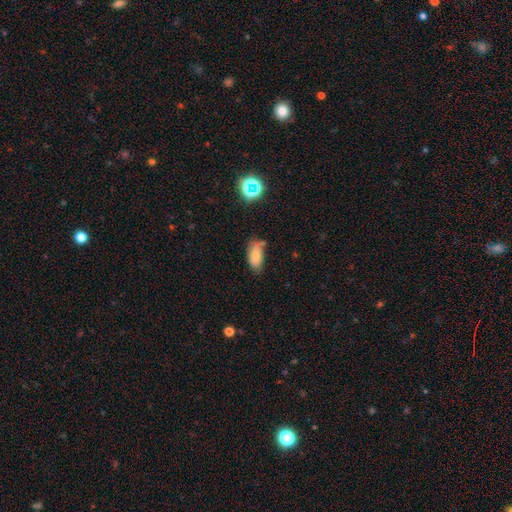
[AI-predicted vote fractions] smooth 71%, featured or disk 18%, star or artifact 11%. Down the decision tree: how rounded — in between (90%); merging — none (53%).